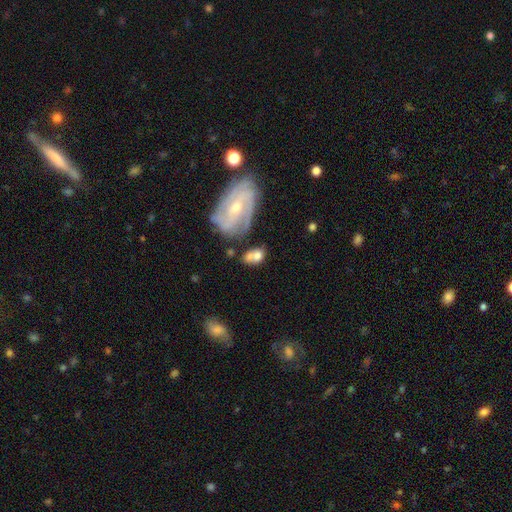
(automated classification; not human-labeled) This appears to be a smooth galaxy with no disk features (62%) that is in between round and cigar-shaped (69%). Merging: none (36%).